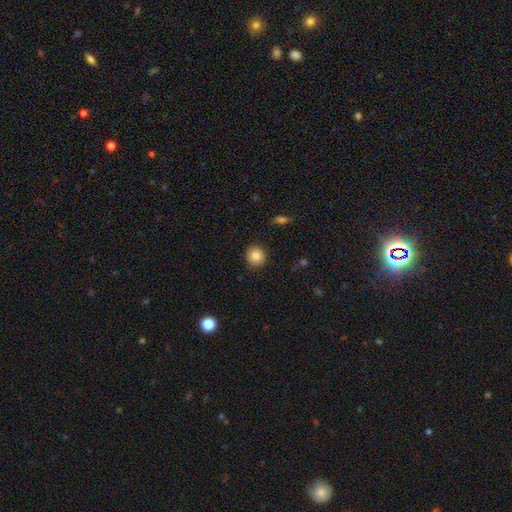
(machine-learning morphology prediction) Q: Smooth or featured?
A: smooth (84%); runner-up: star or artifact (9%)
Q: How rounded?
A: round (93%); runner-up: in between (6%)
Q: Merging?
A: none (90%); runner-up: minor disturbance (7%)